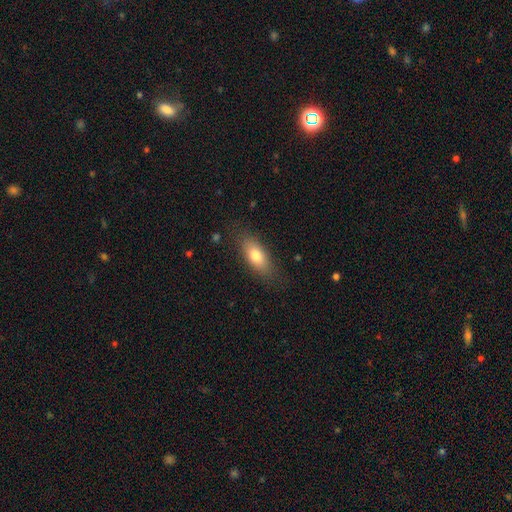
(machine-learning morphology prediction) This is likely a smooth galaxy (76%). How rounded: clearly in between (81%). Merging: clearly none (80%).